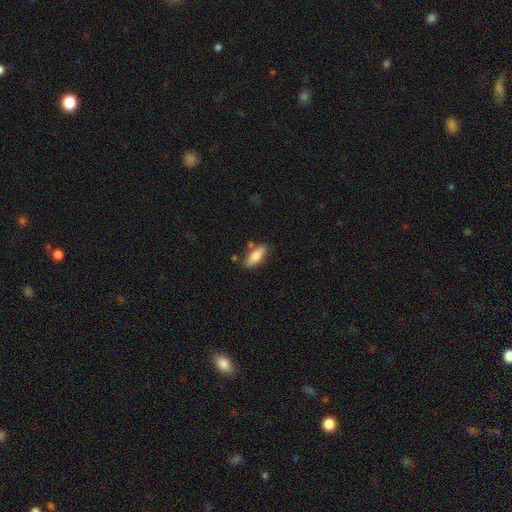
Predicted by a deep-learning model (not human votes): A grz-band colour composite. It shows a smooth galaxy with no disk features (74%) that is in between round and cigar-shaped (67%). Merging: none (78%).